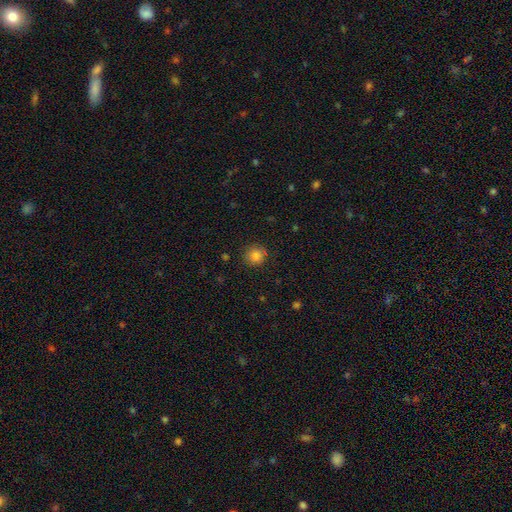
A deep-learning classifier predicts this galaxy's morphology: smooth_or_featured: smooth (p=0.85) [alt: star or artifact p=0.11]
how_rounded: round (p=0.92) [alt: in between p=0.08]
merging: none (p=0.87) [alt: minor disturbance p=0.09]